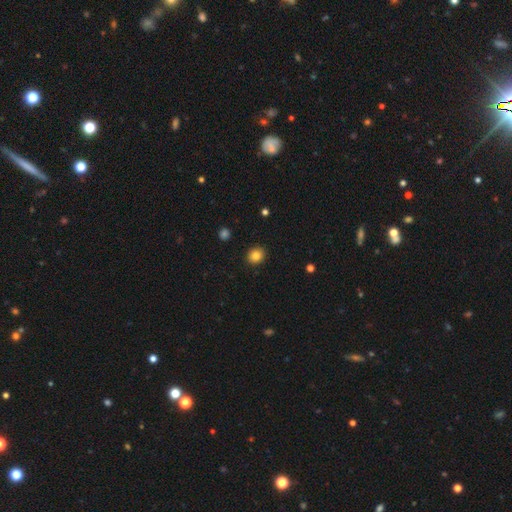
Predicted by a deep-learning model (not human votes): smooth 85%, star or artifact 10%, featured or disk 5%. Down the decision tree: how rounded — round (77%); merging — none (91%).